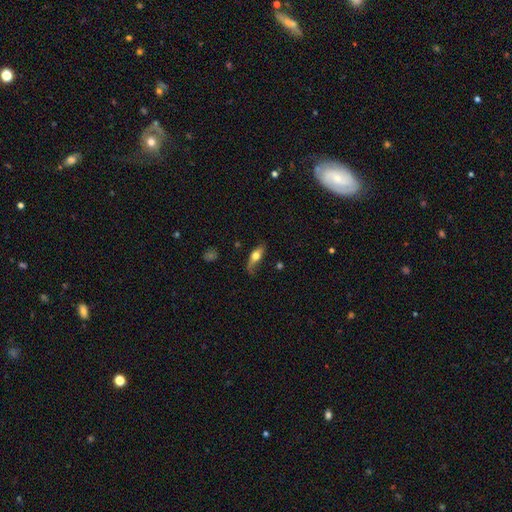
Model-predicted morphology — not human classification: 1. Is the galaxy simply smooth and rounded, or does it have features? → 51% smooth, 42% featured or disk, 7% star or artifact.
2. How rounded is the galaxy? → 58% in between, 37% cigar-shaped, 5% round.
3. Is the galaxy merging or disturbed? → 55% none, 28% minor disturbance, 14% major disturbance, 3% merger.